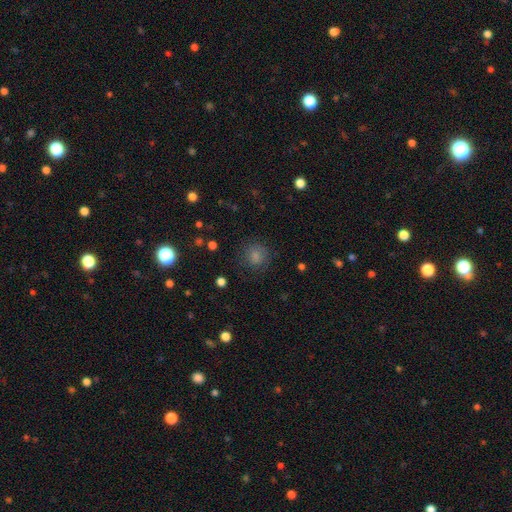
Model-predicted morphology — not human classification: smooth-or-featured: smooth: 79% | star or artifact: 13% | featured or disk: 8%
  how-rounded: round: 83% | in between: 16% | cigar-shaped: 1%
  merging: none: 76% | minor disturbance: 15% | major disturbance: 7% | merger: 2%